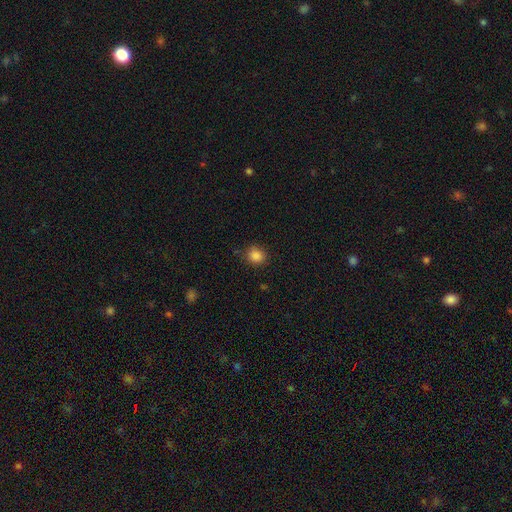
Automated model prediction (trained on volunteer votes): A smooth galaxy with no disk features (85%) that is round (70%).

Vote fractions:
- Smooth or featured? smooth: 85% / star or artifact: 11% / featured or disk: 4%
- How rounded? round: 70% / in between: 29% / cigar-shaped: 1%
- Merging? none: 83% / minor disturbance: 13% / major disturbance: 3% / merger: 1%